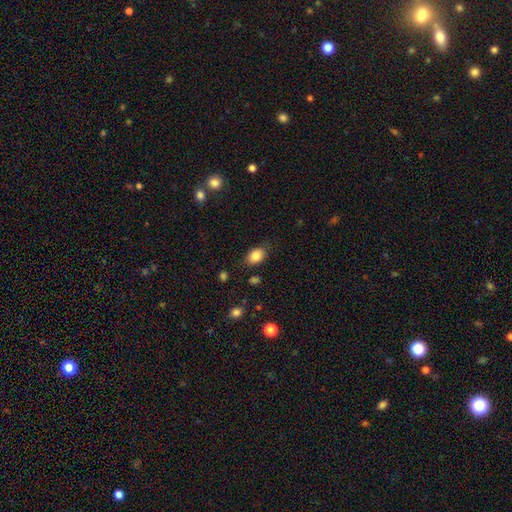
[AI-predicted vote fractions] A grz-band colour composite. It shows a smooth galaxy with no disk features (85%) that is in between round and cigar-shaped (76%). Merging: none (80%).